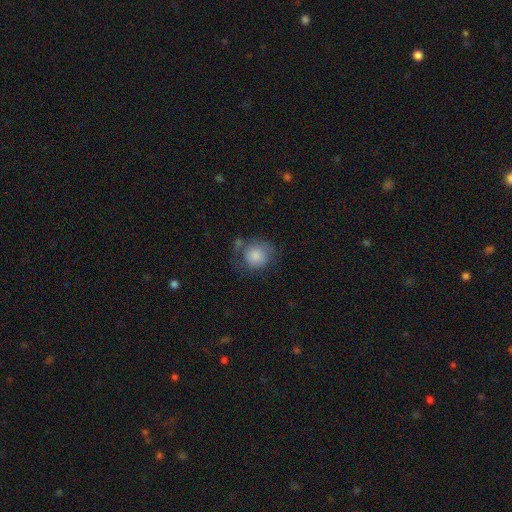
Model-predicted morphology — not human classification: smooth_or_featured: smooth (p=0.79) [alt: featured or disk p=0.13]
how_rounded: round (p=0.83) [alt: in between p=0.16]
merging: none (p=0.52) [alt: minor disturbance p=0.26]